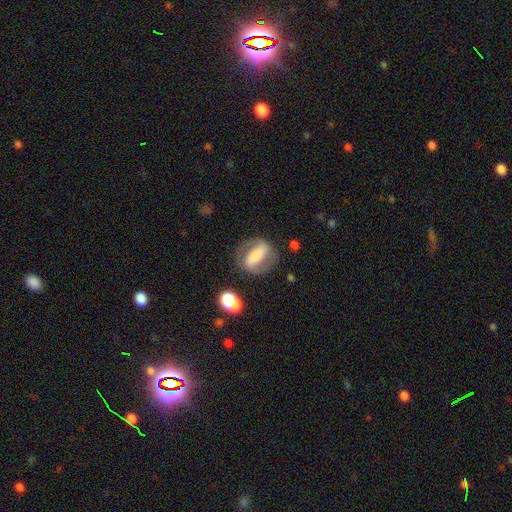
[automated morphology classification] This is likely a featured or disk galaxy (64%). It is clearly not viewed edge-on (92%). Bar: likely strong (65%). Spiral arm pattern: likely yes (74%). Central bulge: marginally small (36%). Merging: likely none (72%).